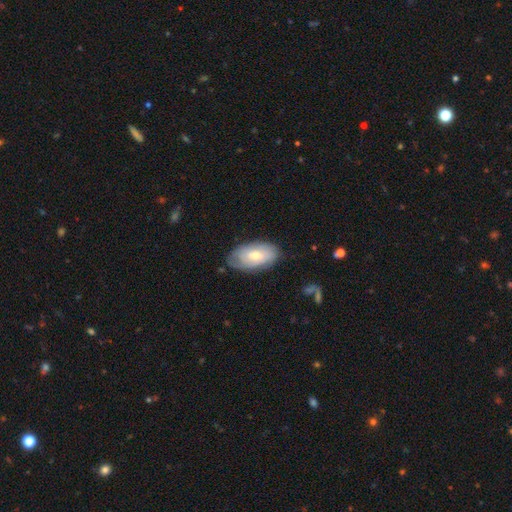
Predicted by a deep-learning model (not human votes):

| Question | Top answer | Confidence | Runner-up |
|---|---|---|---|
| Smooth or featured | smooth | 56% | featured or disk (37%) |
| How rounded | in between | 94% | round (4%) |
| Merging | none | 73% | minor disturbance (21%) |